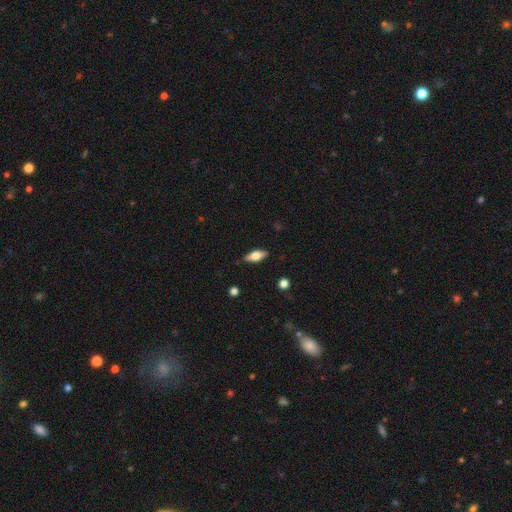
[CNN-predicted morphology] Smooth or featured?
  - smooth: 54% *
  - featured or disk: 39%
  - star or artifact: 7%
How rounded?
  - in between: 73% *
  - cigar-shaped: 24%
  - round: 3%
Merging?
  - none: 84% *
  - minor disturbance: 12%
  - major disturbance: 2%
  - merger: 1%